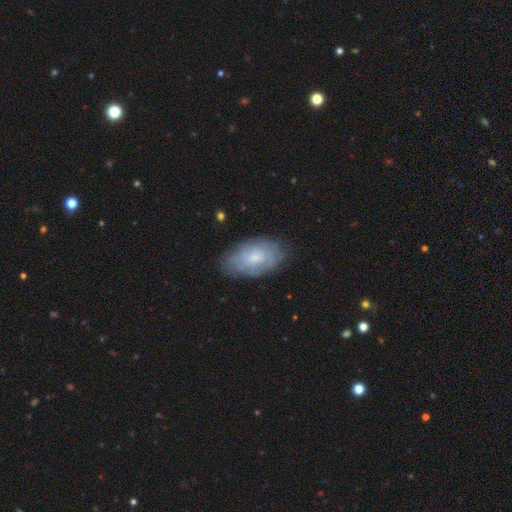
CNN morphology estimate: Q: Smooth or featured?
A: smooth (58%); runner-up: featured or disk (30%)
Q: How rounded?
A: in between (93%); runner-up: round (4%)
Q: Merging?
A: none (79%); runner-up: minor disturbance (16%)